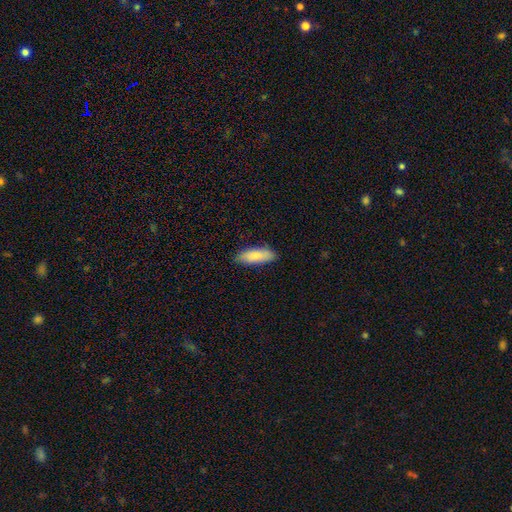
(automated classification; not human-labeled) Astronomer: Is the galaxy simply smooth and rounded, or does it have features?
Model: smooth — 85%.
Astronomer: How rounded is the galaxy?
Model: in between — 66%.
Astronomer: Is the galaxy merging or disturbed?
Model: none — 86%.